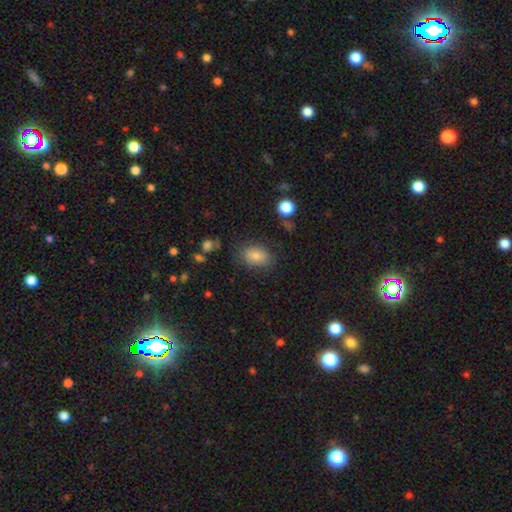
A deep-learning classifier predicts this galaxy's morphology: A smooth galaxy with no disk features (78%) that is in between round and cigar-shaped (80%).

Vote fractions:
- Smooth or featured? smooth: 78% / star or artifact: 12% / featured or disk: 10%
- How rounded? in between: 80% / round: 18% / cigar-shaped: 1%
- Merging? none: 80% / minor disturbance: 14% / major disturbance: 4% / merger: 2%